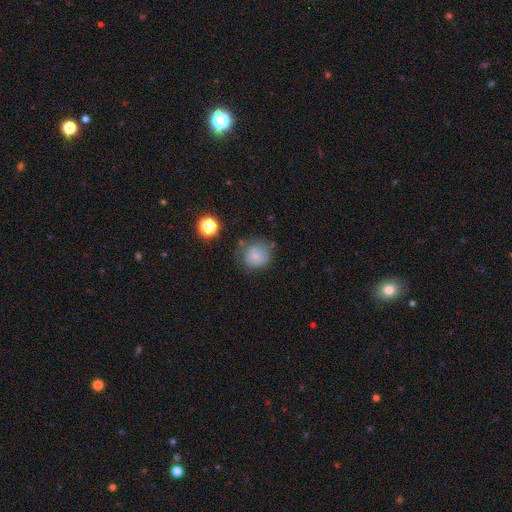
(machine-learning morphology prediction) A smooth galaxy with no disk features (74%) that is round (85%).

Vote fractions:
- Smooth or featured? smooth: 74% / featured or disk: 15% / star or artifact: 11%
- How rounded? round: 85% / in between: 15% / cigar-shaped: 1%
- Merging? none: 57% / minor disturbance: 25% / major disturbance: 12% / merger: 6%